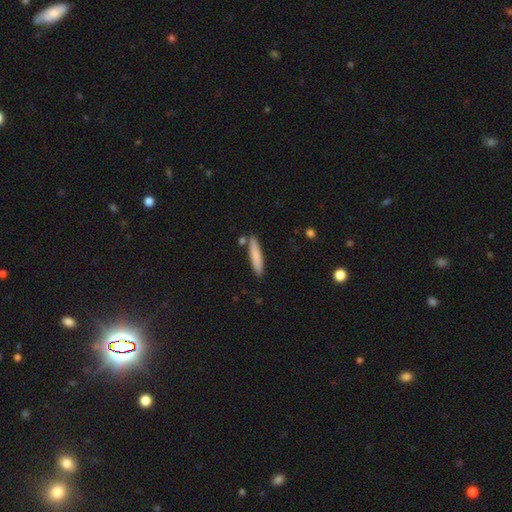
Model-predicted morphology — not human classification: Smooth or featured? Predicted: smooth (p=0.80). How rounded? Predicted: cigar-shaped (p=0.89). Merging? Predicted: none (p=0.82).